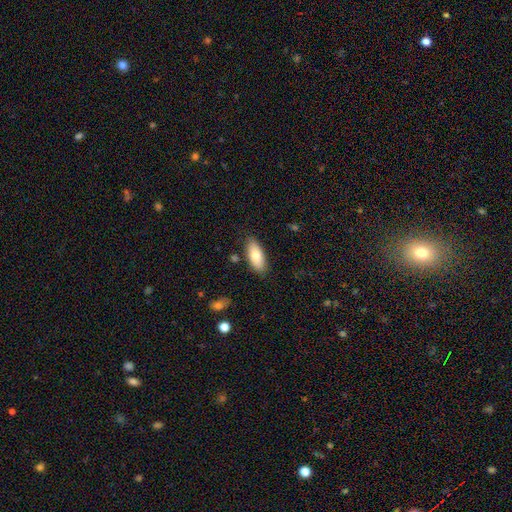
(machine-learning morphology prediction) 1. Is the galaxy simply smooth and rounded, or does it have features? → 77% smooth, 17% featured or disk, 6% star or artifact.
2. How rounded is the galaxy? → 83% in between, 15% cigar-shaped, 2% round.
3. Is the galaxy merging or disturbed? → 83% none, 12% minor disturbance, 2% major disturbance, 2% merger.